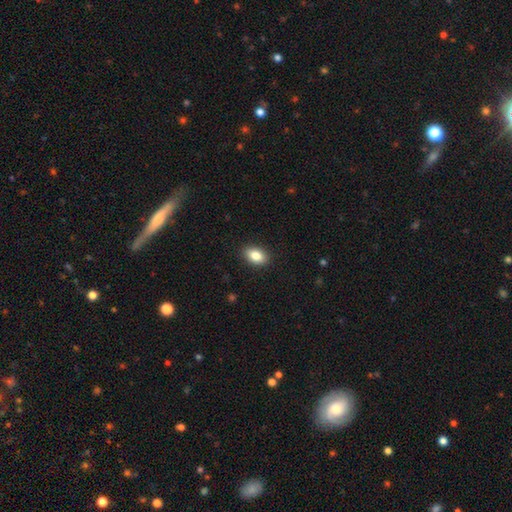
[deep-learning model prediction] smooth_or_featured: smooth (p=0.85) [alt: star or artifact p=0.08]
how_rounded: in between (p=0.87) [alt: round p=0.12]
merging: none (p=0.90) [alt: minor disturbance p=0.07]